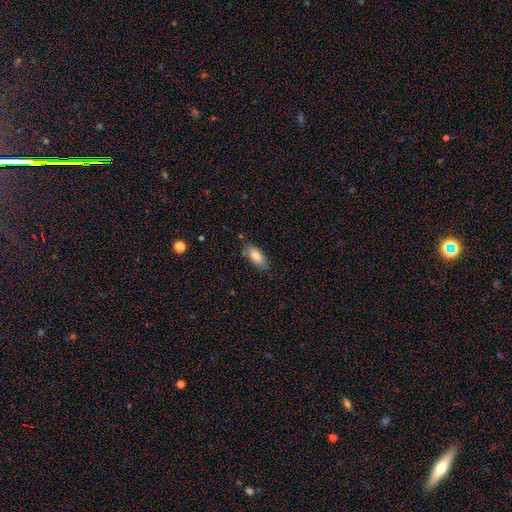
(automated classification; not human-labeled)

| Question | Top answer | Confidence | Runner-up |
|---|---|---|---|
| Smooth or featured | smooth | 82% | featured or disk (11%) |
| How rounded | in between | 82% | cigar-shaped (16%) |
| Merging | none | 77% | minor disturbance (17%) |